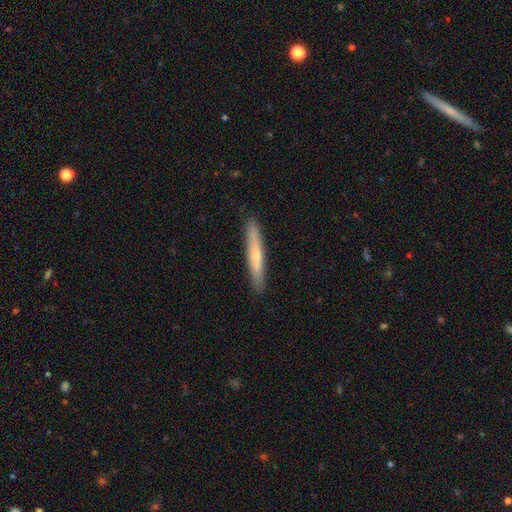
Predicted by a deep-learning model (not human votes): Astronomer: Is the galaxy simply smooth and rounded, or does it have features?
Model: smooth — 61%.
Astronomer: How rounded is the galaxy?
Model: cigar-shaped — 95%.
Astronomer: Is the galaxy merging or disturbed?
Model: none — 90%.